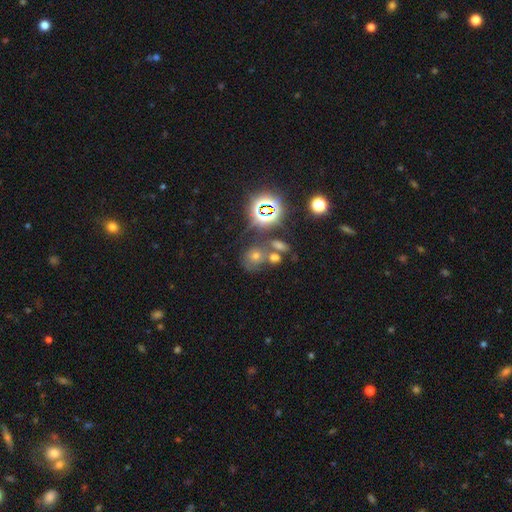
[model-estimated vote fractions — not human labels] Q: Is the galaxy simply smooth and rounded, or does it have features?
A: smooth — 42%.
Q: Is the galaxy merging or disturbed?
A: none — 53%.